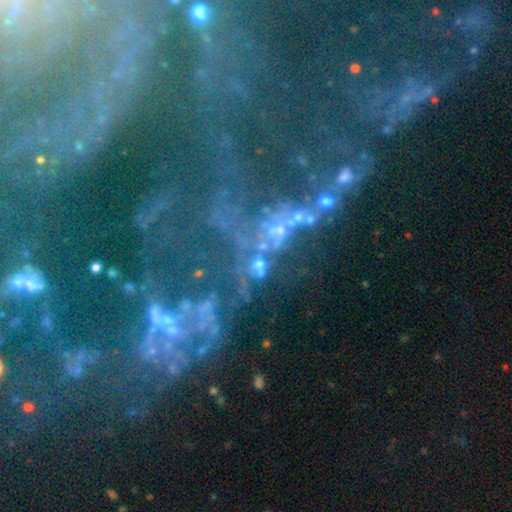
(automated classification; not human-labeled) Smooth or featured: star or artifact — 47% (featured or disk — 40%)